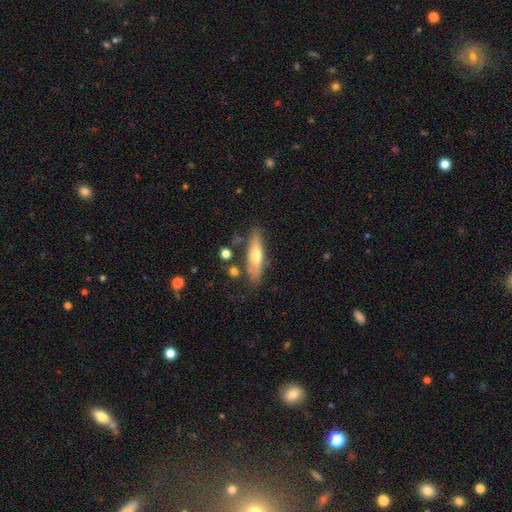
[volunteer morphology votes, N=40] smooth 48% (tied), featured or disk 48% (tied), star or artifact 5%. Down the decision tree: how rounded — cigar-shaped (58%); merging — none (71%).